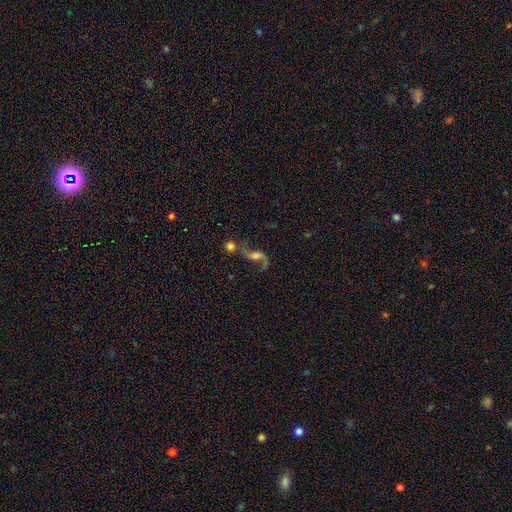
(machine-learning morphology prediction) This appears to be a featured or disk galaxy (75%) with no bar (50%), 2 (86%) loose (86%) spiral arms (92%) and a moderate central bulge (41%). Merging: none (39%).